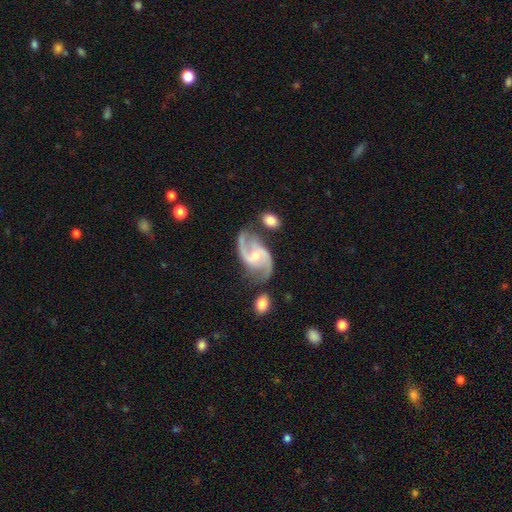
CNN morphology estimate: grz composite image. It shows a featured or disk galaxy (91%) with no bar (45%), 2 (92%) medium (49%) spiral arms (98%) and a small central bulge (52%). Merging: none (68%).